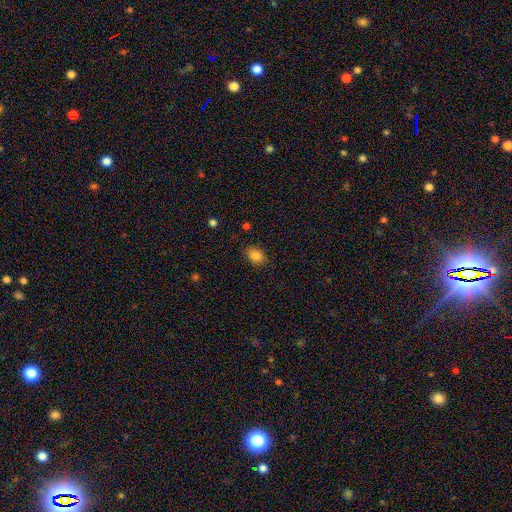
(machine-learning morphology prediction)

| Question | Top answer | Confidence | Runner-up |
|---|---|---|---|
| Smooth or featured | smooth | 84% | star or artifact (10%) |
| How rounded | in between | 68% | round (31%) |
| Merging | none | 85% | minor disturbance (11%) |